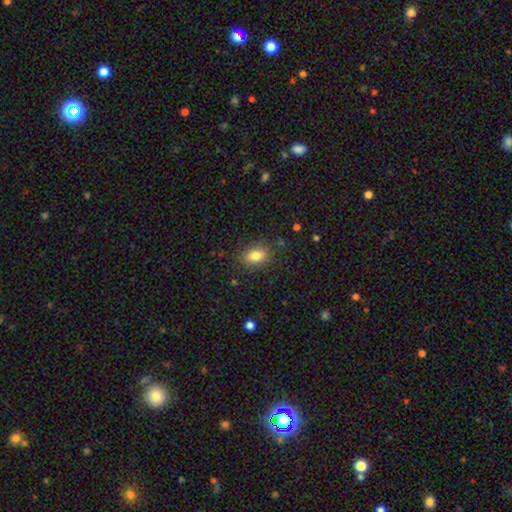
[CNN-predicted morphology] type=smooth (83%); roundness=in between (81%); merging=none (85%).